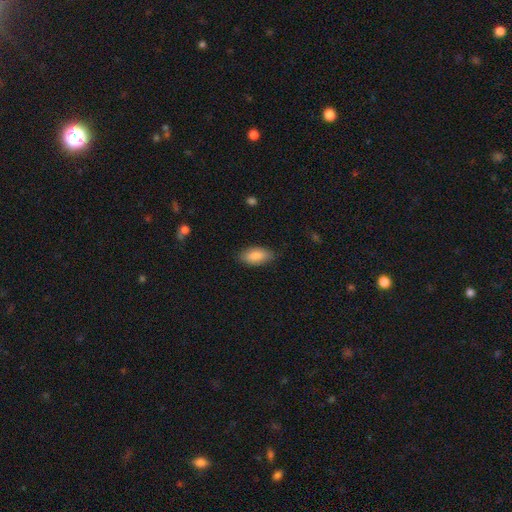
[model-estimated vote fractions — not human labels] Smooth or featured? Predicted: smooth (p=0.83). How rounded? Predicted: in between (p=0.91). Merging? Predicted: none (p=0.81).